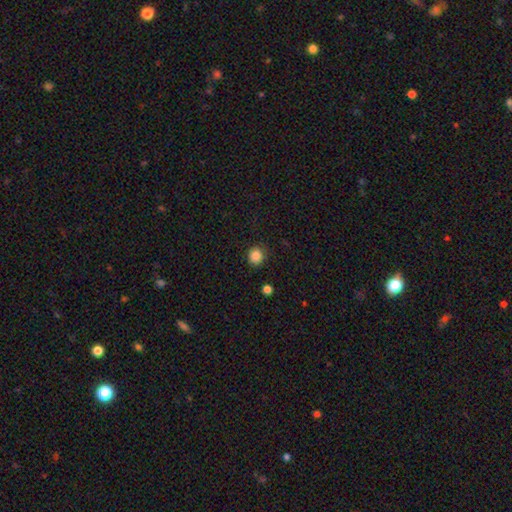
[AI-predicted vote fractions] This appears to be a smooth galaxy with no disk features (86%) that is round (84%). Merging: none (86%).